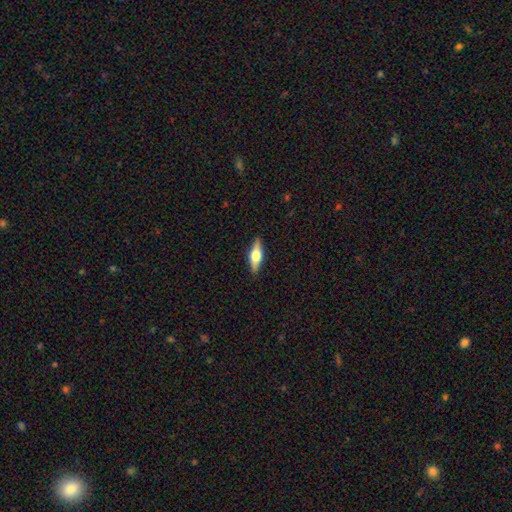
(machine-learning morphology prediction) This is possibly a featured or disk galaxy (51%). It is clearly viewed edge-on (93%). Merging: clearly none (89%).